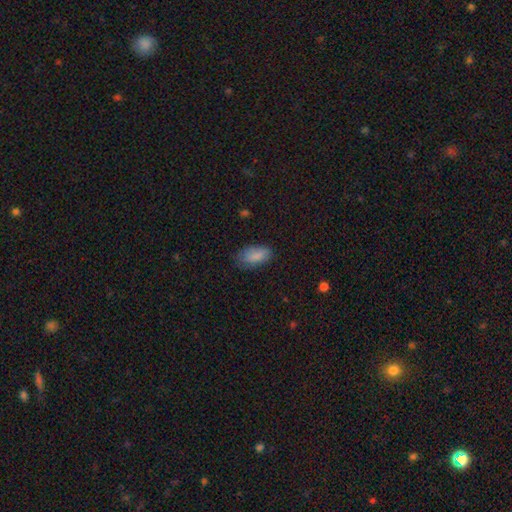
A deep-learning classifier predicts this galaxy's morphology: Smooth or featured? smooth (86%)
How rounded? in between (92%)
Merging? none (71%)